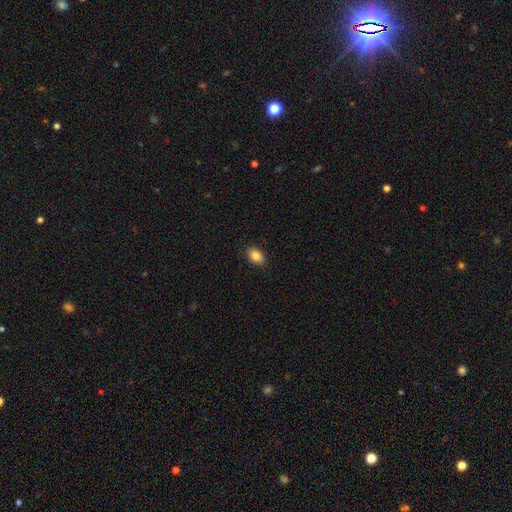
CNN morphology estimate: smooth_or_featured: smooth (p=0.86) [alt: star or artifact p=0.08]
how_rounded: in between (p=0.85) [alt: round p=0.14]
merging: none (p=0.89) [alt: minor disturbance p=0.08]